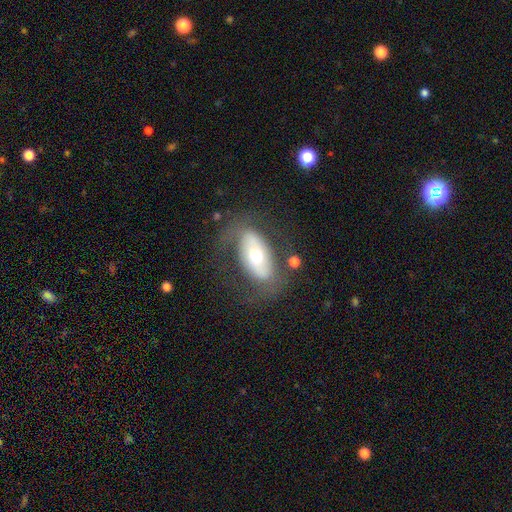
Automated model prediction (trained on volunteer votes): A featured or disk galaxy (54%). Merging: none (65%).